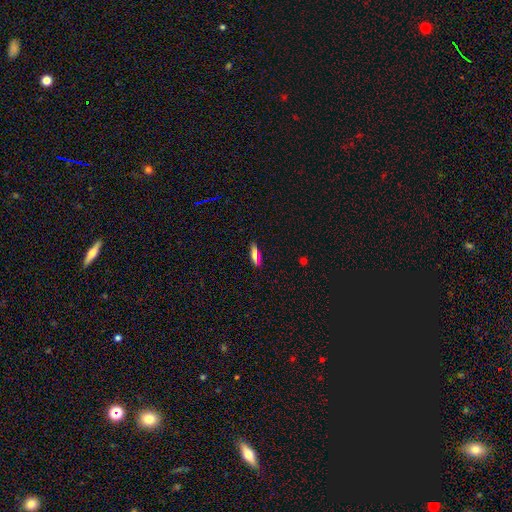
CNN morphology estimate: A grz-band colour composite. It shows a smooth galaxy with no disk features (68%) that is cigar-shaped (62%). Merging: none (86%).